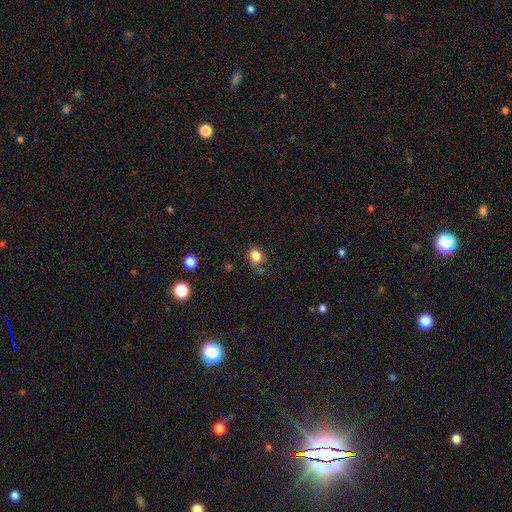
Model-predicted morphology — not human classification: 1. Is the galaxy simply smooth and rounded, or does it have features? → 83% smooth, 12% star or artifact, 5% featured or disk.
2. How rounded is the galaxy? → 59% round, 40% in between, 1% cigar-shaped.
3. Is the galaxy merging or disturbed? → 70% none, 20% minor disturbance, 5% merger, 5% major disturbance.